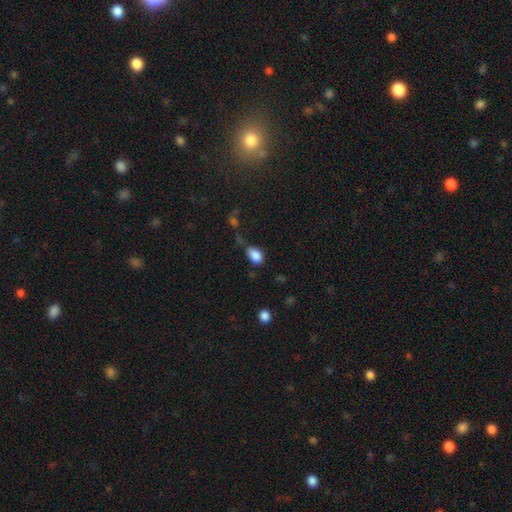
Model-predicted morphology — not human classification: Smooth or featured: smooth — 86% (star or artifact — 9%)
How rounded: in between — 88% (round — 11%)
Merging: none — 51% (minor disturbance — 29%)